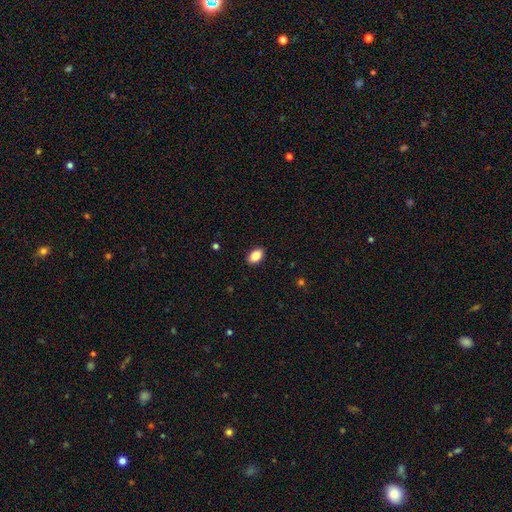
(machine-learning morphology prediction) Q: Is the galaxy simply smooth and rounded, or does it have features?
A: smooth — 87%.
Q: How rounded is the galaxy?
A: in between — 89%.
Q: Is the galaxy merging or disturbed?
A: none — 90%.